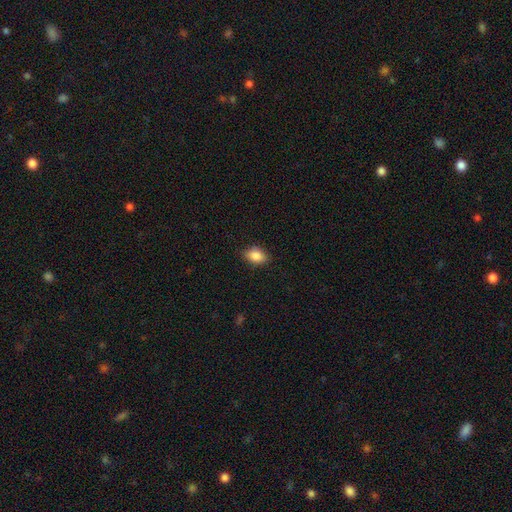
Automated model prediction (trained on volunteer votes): A smooth galaxy with no disk features (86%) that is in between round and cigar-shaped (81%). Merging: none (83%).